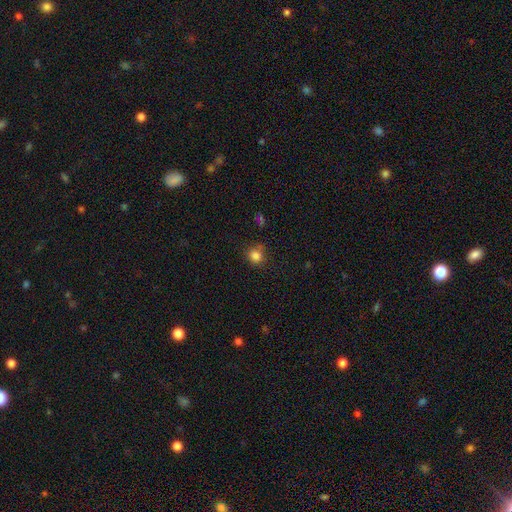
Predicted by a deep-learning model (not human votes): Smooth or featured: smooth — 83% (star or artifact — 13%)
How rounded: round — 82% (in between — 17%)
Merging: none — 77% (minor disturbance — 14%)